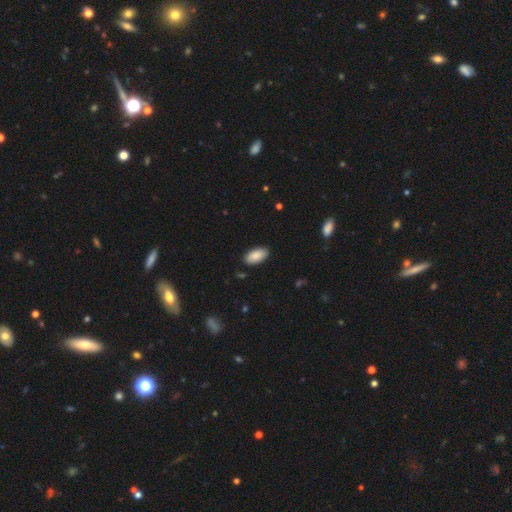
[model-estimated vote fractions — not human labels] smooth-or-featured: smooth: 88% | star or artifact: 6% | featured or disk: 6%
  how-rounded: in between: 95% | cigar-shaped: 3% | round: 2%
  merging: none: 88% | minor disturbance: 9% | major disturbance: 2% | merger: 1%